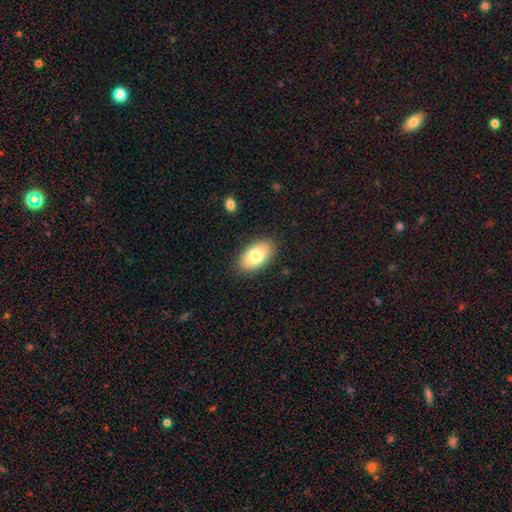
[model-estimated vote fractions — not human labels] Smooth or featured?
  - smooth: 78% *
  - featured or disk: 15%
  - star or artifact: 7%
How rounded?
  - in between: 94% *
  - round: 4%
  - cigar-shaped: 2%
Merging?
  - none: 87% *
  - minor disturbance: 9%
  - major disturbance: 2%
  - merger: 1%